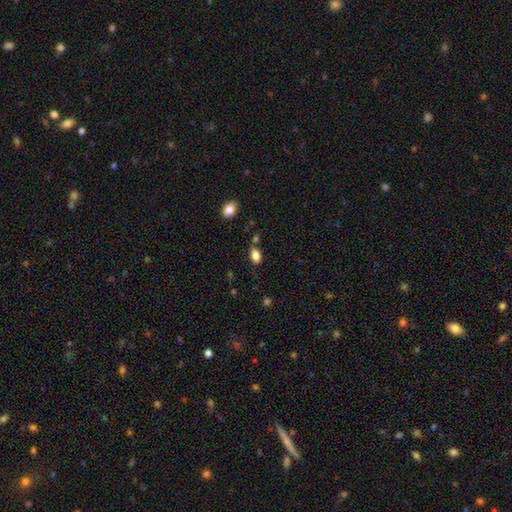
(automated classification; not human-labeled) A smooth galaxy with no disk features (82%) that is in between round and cigar-shaped (89%).

Vote fractions:
- Smooth or featured? smooth: 82% / star or artifact: 9% / featured or disk: 8%
- How rounded? in between: 89% / round: 6% / cigar-shaped: 5%
- Merging? none: 70% / minor disturbance: 17% / merger: 9% / major disturbance: 5%